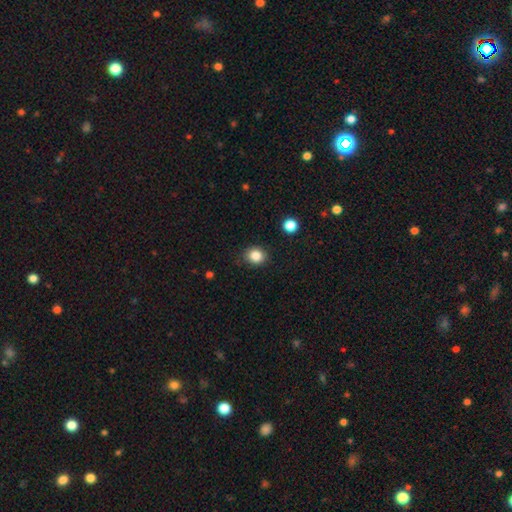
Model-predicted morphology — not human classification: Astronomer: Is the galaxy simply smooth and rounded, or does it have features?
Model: smooth — 85%.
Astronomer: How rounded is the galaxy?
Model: round — 76%.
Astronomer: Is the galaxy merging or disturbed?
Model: none — 86%.